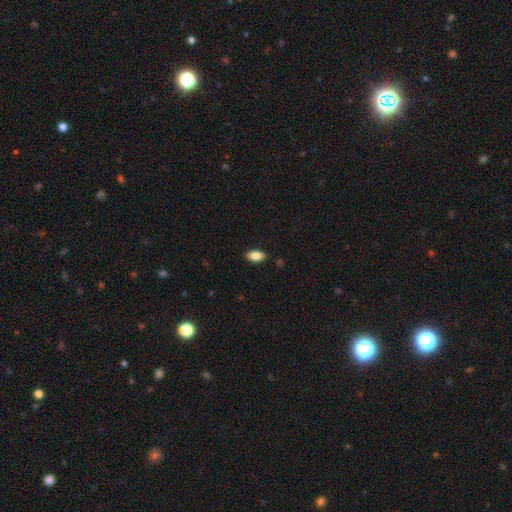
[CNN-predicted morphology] smooth-or-featured: smooth: 86% | star or artifact: 7% | featured or disk: 6%
  how-rounded: in between: 92% | cigar-shaped: 4% | round: 4%
  merging: none: 86% | minor disturbance: 11% | major disturbance: 2% | merger: 1%